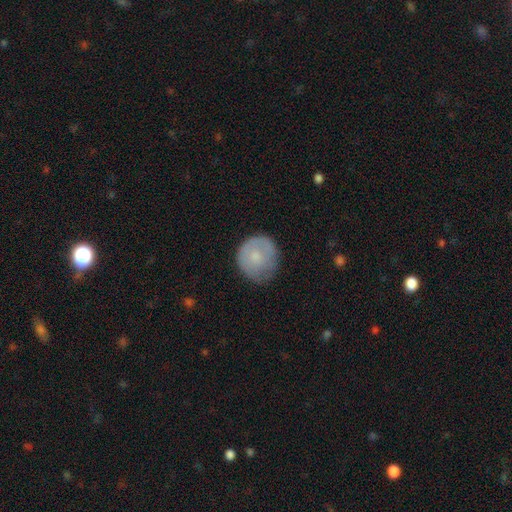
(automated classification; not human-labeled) Smooth or featured: smooth — 71% (featured or disk — 23%)
How rounded: round — 86% (in between — 13%)
Merging: none — 66% (minor disturbance — 24%)